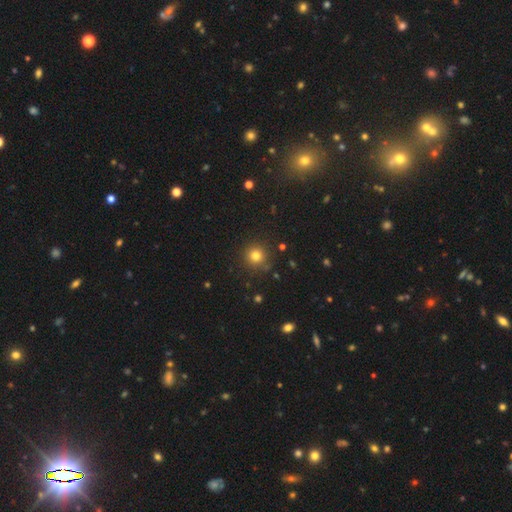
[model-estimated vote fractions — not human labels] This appears to be a smooth galaxy with no disk features (78%) that is round (94%). Merging: none (87%).